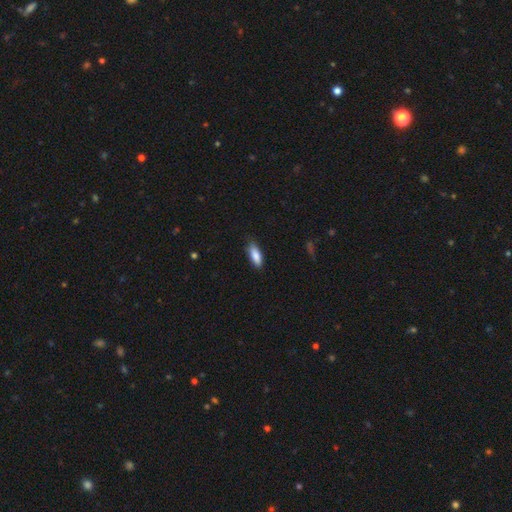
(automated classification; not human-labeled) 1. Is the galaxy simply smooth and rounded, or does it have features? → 87% smooth, 7% featured or disk, 6% star or artifact.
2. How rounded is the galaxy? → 69% in between, 30% cigar-shaped, 2% round.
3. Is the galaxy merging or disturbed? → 83% none, 14% minor disturbance, 2% major disturbance, 1% merger.